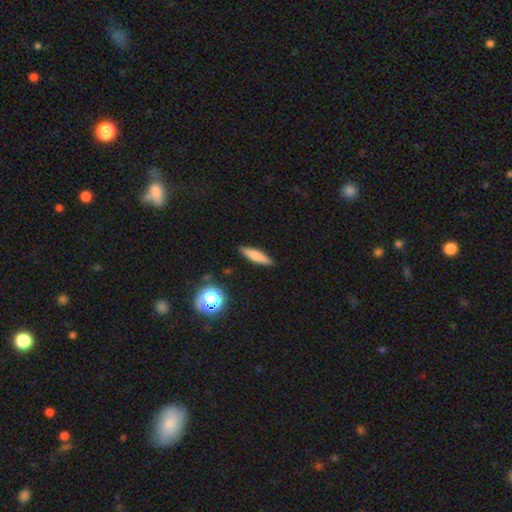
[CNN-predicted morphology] smooth 73%, featured or disk 19%, star or artifact 8%. Down the decision tree: how rounded — cigar-shaped (77%); merging — none (89%).